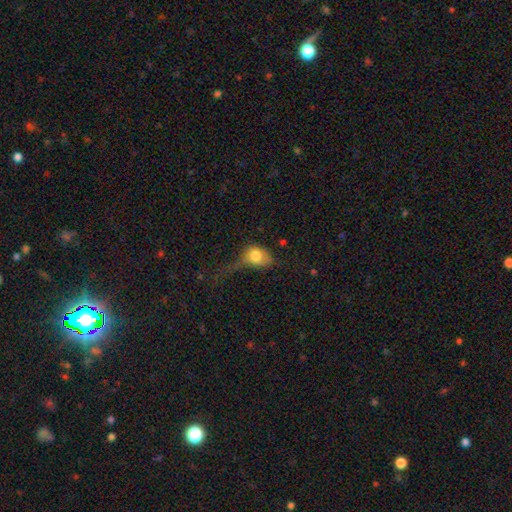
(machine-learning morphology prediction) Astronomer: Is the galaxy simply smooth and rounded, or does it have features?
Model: smooth — 74%.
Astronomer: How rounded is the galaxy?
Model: in between — 61% (runner-up: round, 36%).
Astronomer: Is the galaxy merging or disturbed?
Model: major disturbance — 48% (runner-up: minor disturbance, 25%).